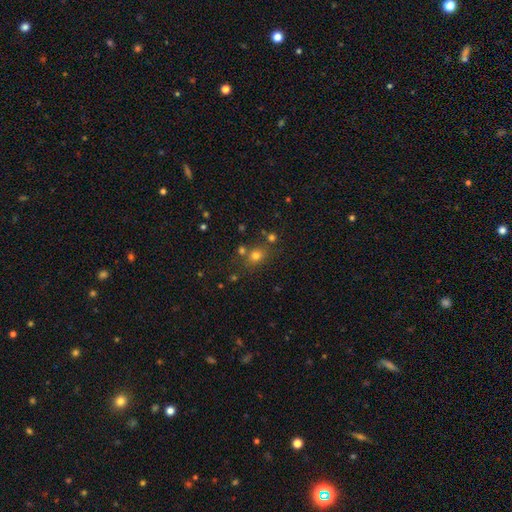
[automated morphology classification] Overall: smooth (71%). How rounded: round (70%). Merging: none (69%).